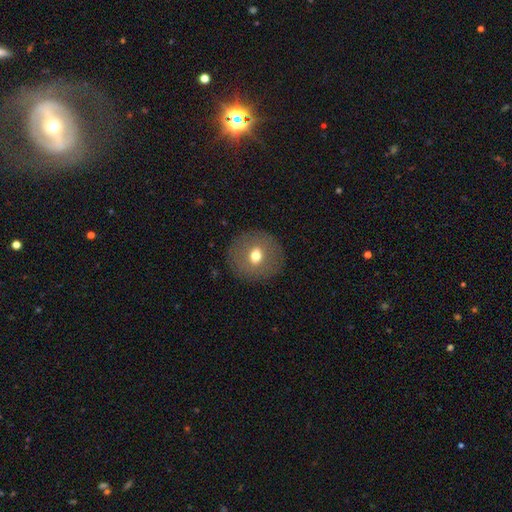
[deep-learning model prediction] A smooth galaxy with no disk features (60%) that is round (86%).

Vote fractions:
- Smooth or featured? smooth: 60% / featured or disk: 31% / star or artifact: 9%
- How rounded? round: 86% / in between: 13% / cigar-shaped: 1%
- Merging? none: 88% / minor disturbance: 8% / major disturbance: 3% / merger: 1%